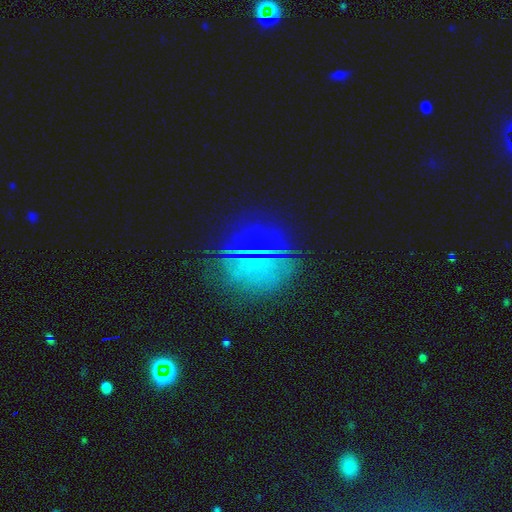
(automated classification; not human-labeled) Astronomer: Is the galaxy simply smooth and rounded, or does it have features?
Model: star or artifact — 51% (runner-up: smooth, 32%).